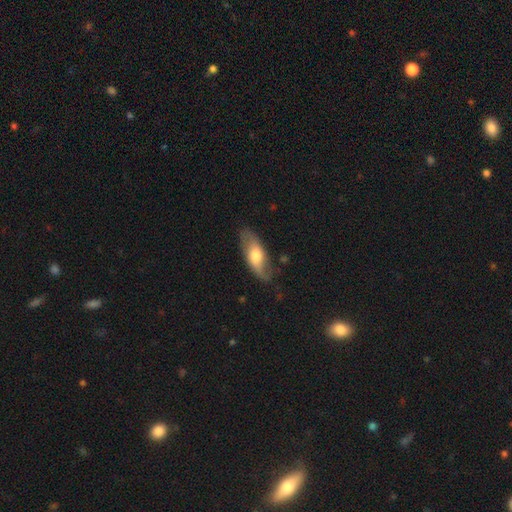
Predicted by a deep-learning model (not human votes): smooth-or-featured: smooth: 54% | featured or disk: 41% | star or artifact: 5%
  how-rounded: in between: 79% | cigar-shaped: 18% | round: 3%
  merging: none: 74% | minor disturbance: 19% | major disturbance: 5% | merger: 2%